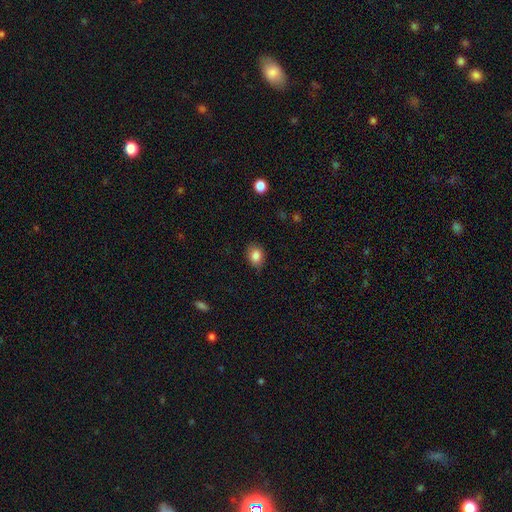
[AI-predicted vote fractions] smooth 84%, star or artifact 9%, featured or disk 7%. Down the decision tree: how rounded — in between (60%); merging — none (83%).